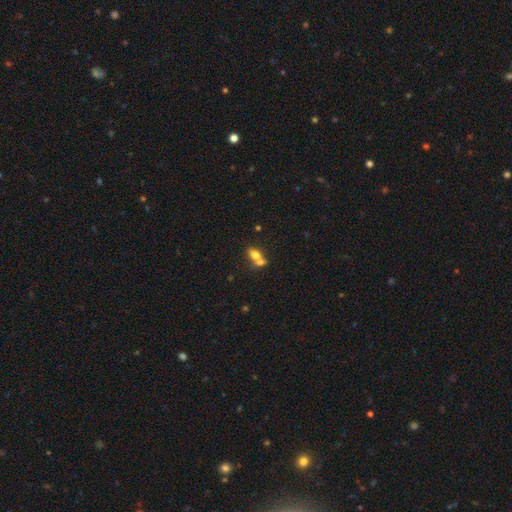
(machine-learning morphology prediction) A smooth galaxy with no disk features (74%) that is in between round and cigar-shaped (75%).

Vote fractions:
- Smooth or featured? smooth: 74% / featured or disk: 16% / star or artifact: 10%
- How rounded? in between: 75% / round: 21% / cigar-shaped: 4%
- Merging? merger: 60% / none: 28% / minor disturbance: 8% / major disturbance: 4%